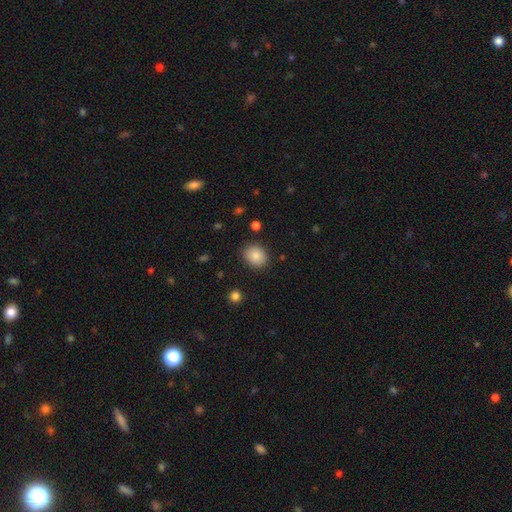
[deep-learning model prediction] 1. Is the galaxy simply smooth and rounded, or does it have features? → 85% smooth, 9% star or artifact, 6% featured or disk.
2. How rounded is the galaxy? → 58% round, 41% in between, 1% cigar-shaped.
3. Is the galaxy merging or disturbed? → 87% none, 9% minor disturbance, 3% major disturbance, 1% merger.